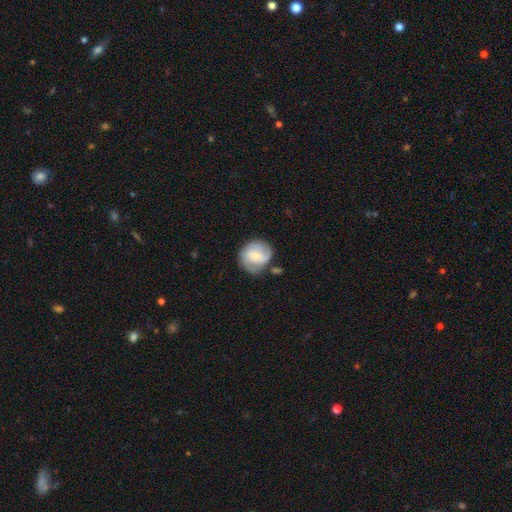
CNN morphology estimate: This appears to be a featured or disk galaxy (57%) with no bar (52%), spiral arms (87%) and a small central bulge (57%). Merging: none (59%).